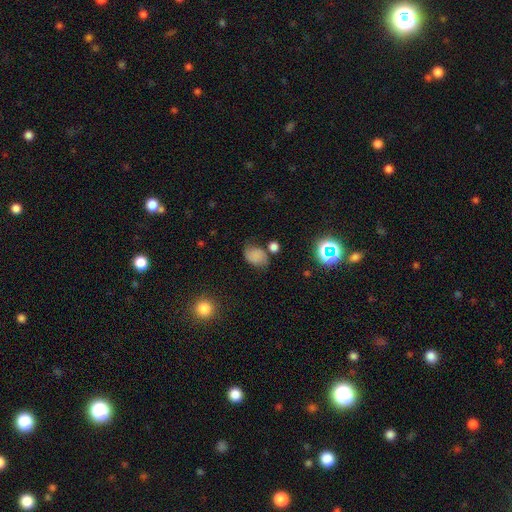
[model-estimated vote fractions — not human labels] smooth_or_featured: smooth (p=0.66) [alt: featured or disk p=0.18]
how_rounded: in between (p=0.67) [alt: round p=0.31]
merging: none (p=0.53) [alt: minor disturbance p=0.28]